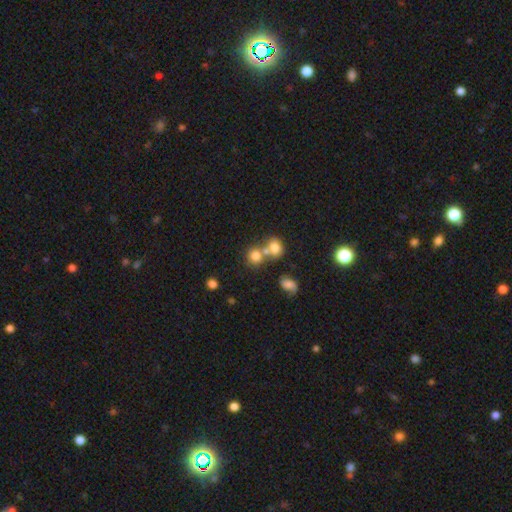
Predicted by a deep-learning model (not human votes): The model was most divided on "merging": none: 46%, merger: 41%, minor disturbance: 8%, major disturbance: 4%. More confident: how rounded — round (80%); smooth or featured — smooth (77%).